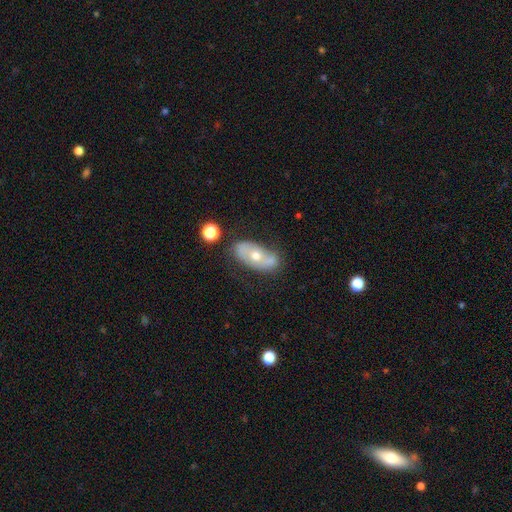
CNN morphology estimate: smooth-or-featured: featured or disk: 52% | smooth: 40% | star or artifact: 8%
  disk-edge-on: no: 86% | yes: 14%
  merging: none: 64% | minor disturbance: 20% | merger: 10% | major disturbance: 7%